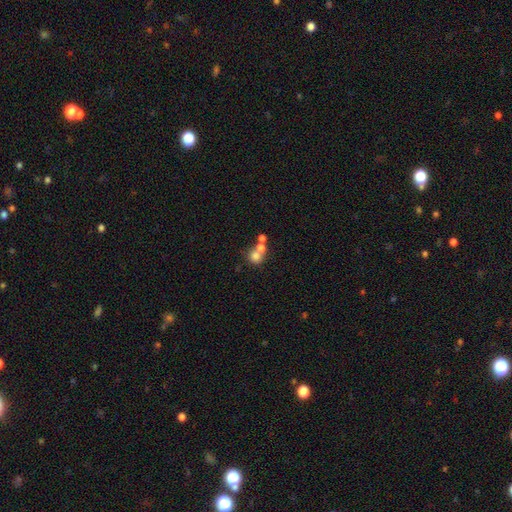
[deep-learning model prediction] smooth-or-featured: smooth: 72% | featured or disk: 15% | star or artifact: 13%
  how-rounded: round: 82% | in between: 17% | cigar-shaped: 1%
  merging: merger: 51% | none: 38% | minor disturbance: 7% | major disturbance: 5%